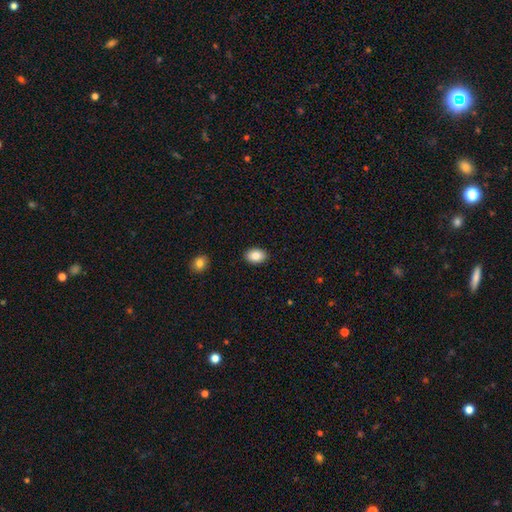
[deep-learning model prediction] Smooth or featured: smooth — 86% (star or artifact — 7%)
How rounded: in between — 81% (round — 18%)
Merging: none — 89% (minor disturbance — 8%)